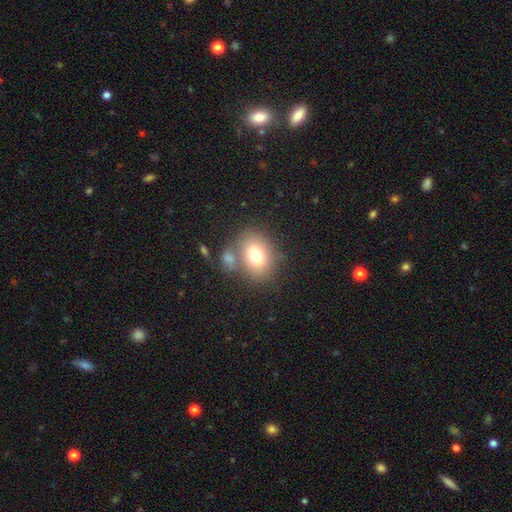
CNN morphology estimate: Smooth or featured? Predicted: smooth (p=0.74). How rounded? Predicted: in between (p=0.54). Merging? Predicted: none (p=0.60).